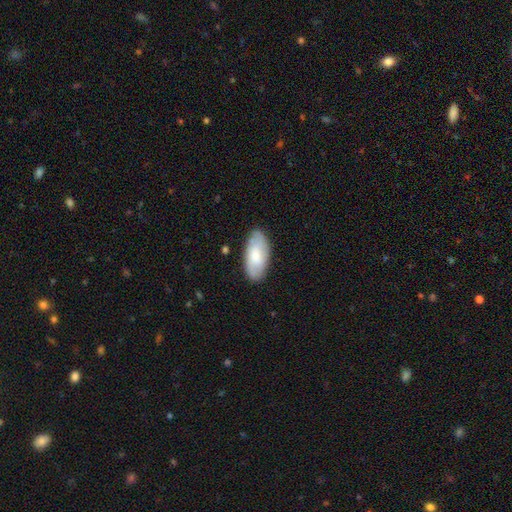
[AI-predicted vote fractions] A smooth galaxy with no disk features (68%) that is in between round and cigar-shaped (92%). Merging: none (83%).